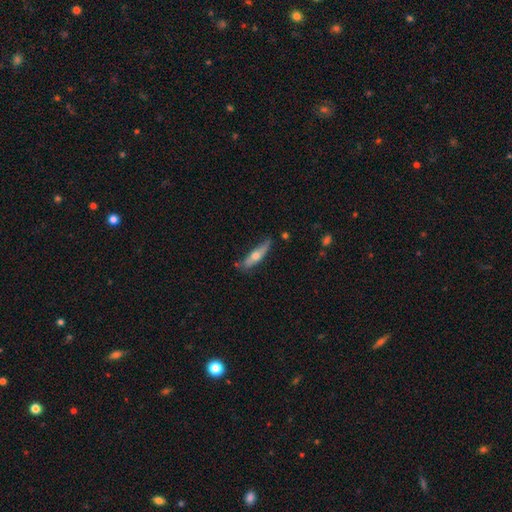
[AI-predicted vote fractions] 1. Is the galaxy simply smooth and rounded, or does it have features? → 51% smooth, 43% featured or disk, 6% star or artifact.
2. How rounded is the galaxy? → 74% cigar-shaped, 24% in between, 2% round.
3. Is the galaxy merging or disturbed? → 70% none, 22% minor disturbance, 4% major disturbance, 4% merger.